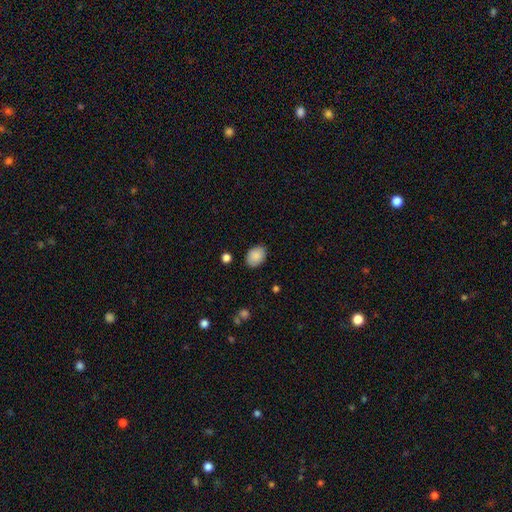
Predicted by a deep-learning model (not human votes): Smooth or featured: smooth — 87% (star or artifact — 7%)
How rounded: in between — 73% (round — 26%)
Merging: none — 83% (minor disturbance — 13%)